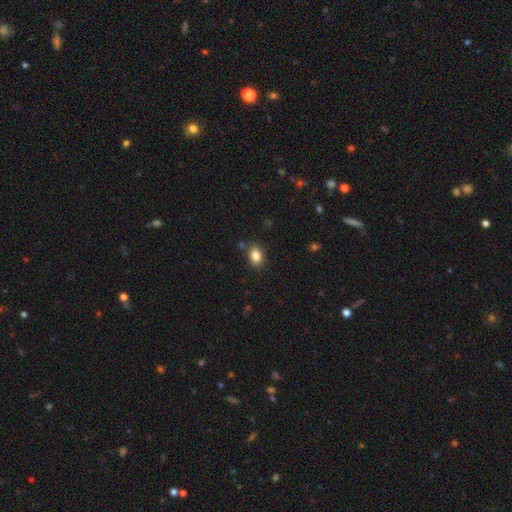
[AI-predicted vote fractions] The model was most divided on "how rounded": in between: 72%, round: 27%, cigar-shaped: 1%. More confident: smooth or featured — smooth (85%); merging — none (82%).